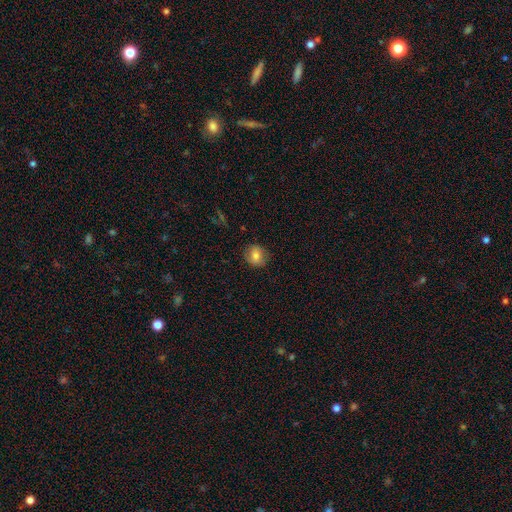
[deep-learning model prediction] Smooth or featured?
  - smooth: 78% *
  - featured or disk: 13%
  - star or artifact: 9%
How rounded?
  - round: 80% *
  - in between: 19%
  - cigar-shaped: 1%
Merging?
  - none: 84% *
  - minor disturbance: 12%
  - major disturbance: 3%
  - merger: 1%